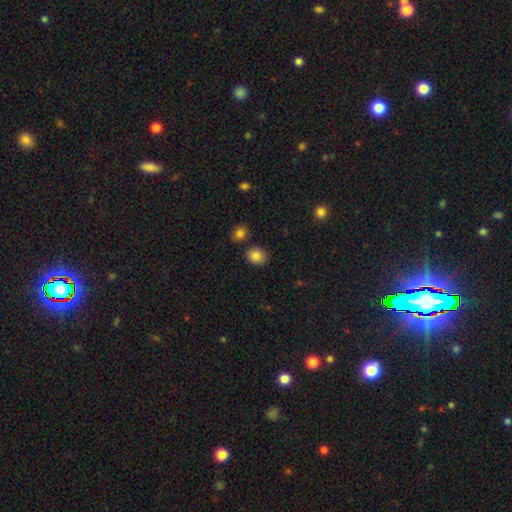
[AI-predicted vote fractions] Q: Smooth or featured?
A: smooth (86%); runner-up: star or artifact (9%)
Q: How rounded?
A: round (57%); runner-up: in between (42%)
Q: Merging?
A: none (81%); runner-up: minor disturbance (10%)